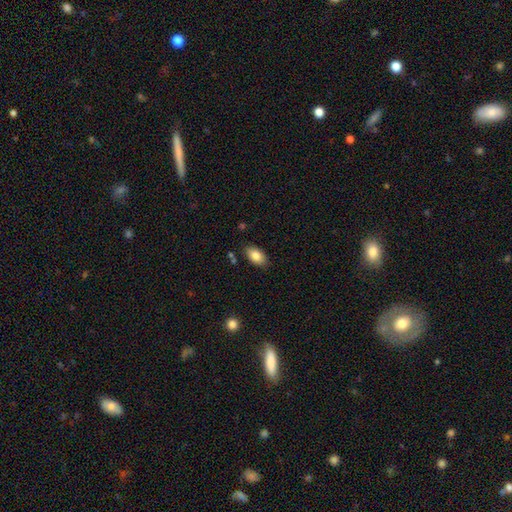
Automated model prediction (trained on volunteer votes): This appears to be a smooth galaxy with no disk features (83%) that is in between round and cigar-shaped (92%). Merging: none (84%).